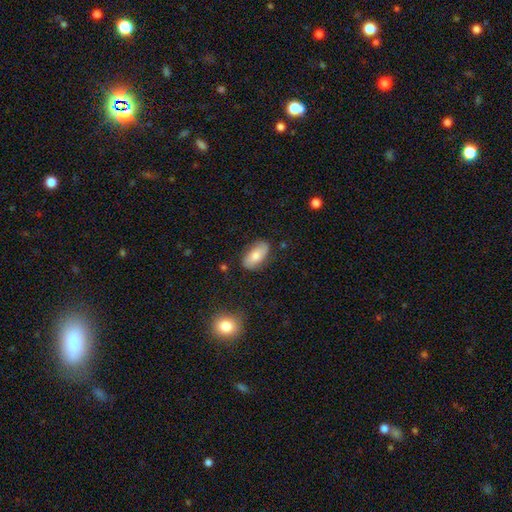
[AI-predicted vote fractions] Morphology: type=smooth (68%); roundness=in between (92%); merging=none (76%).